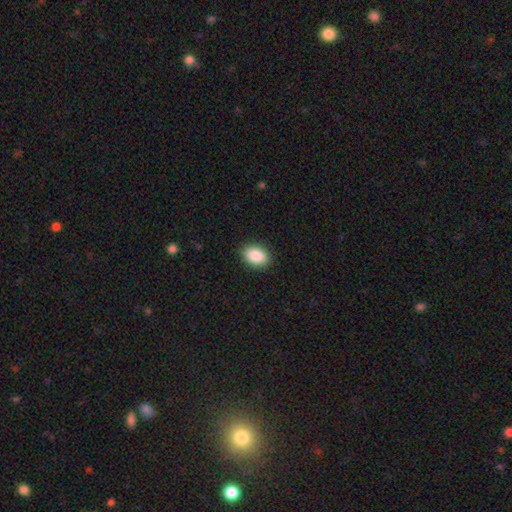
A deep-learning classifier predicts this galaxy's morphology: smooth-or-featured: smooth: 90% | star or artifact: 7% | featured or disk: 4%
  how-rounded: in between: 86% | round: 13% | cigar-shaped: 1%
  merging: none: 90% | minor disturbance: 7% | major disturbance: 2% | merger: 1%